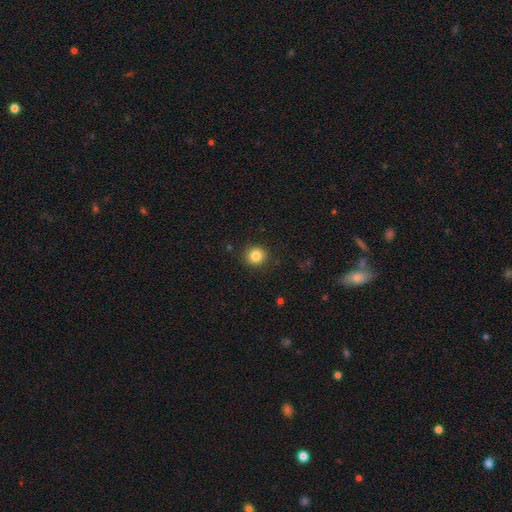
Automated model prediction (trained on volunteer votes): Smooth or featured?
  - smooth: 83% *
  - star or artifact: 11%
  - featured or disk: 5%
How rounded?
  - round: 91% *
  - in between: 8%
  - cigar-shaped: 1%
Merging?
  - none: 91% *
  - minor disturbance: 6%
  - major disturbance: 2%
  - merger: 1%